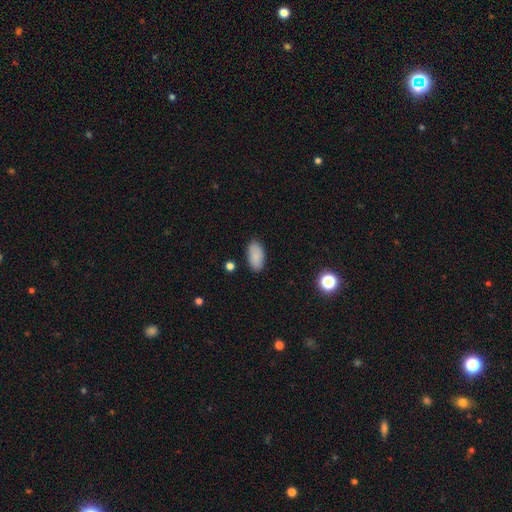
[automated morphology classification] smooth_or_featured: smooth (p=0.88) [alt: star or artifact p=0.07]
how_rounded: in between (p=0.94) [alt: cigar-shaped p=0.03]
merging: none (p=0.86) [alt: minor disturbance p=0.10]